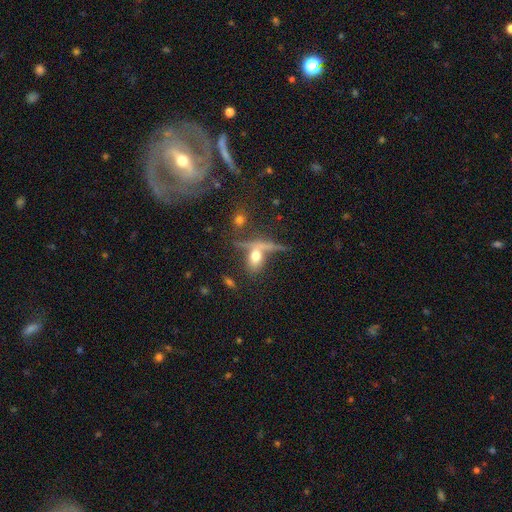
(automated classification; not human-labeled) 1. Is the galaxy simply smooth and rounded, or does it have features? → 61% smooth, 24% featured or disk, 15% star or artifact.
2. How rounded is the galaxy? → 57% in between, 28% round, 14% cigar-shaped.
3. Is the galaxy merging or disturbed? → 40% none, 28% merger, 17% major disturbance, 15% minor disturbance.